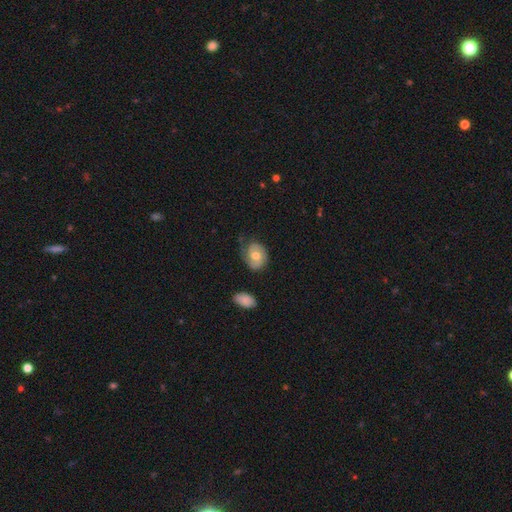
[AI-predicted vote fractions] This appears to be a featured or disk galaxy (60%) with no bar (71%), spiral arms (86%) and a moderate central bulge (74%). Merging: none (63%).